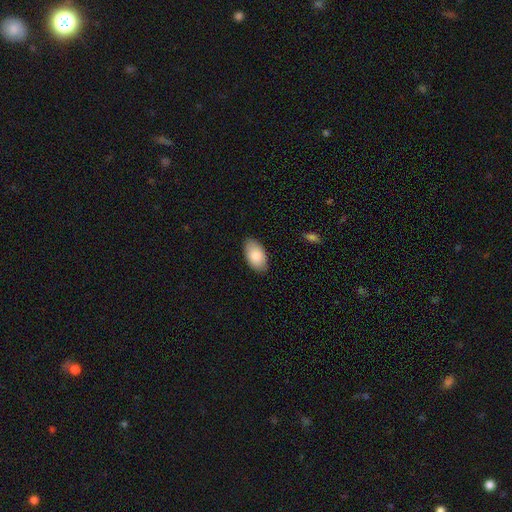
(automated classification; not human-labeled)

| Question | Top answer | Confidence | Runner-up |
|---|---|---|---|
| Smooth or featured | smooth | 85% | featured or disk (9%) |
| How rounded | in between | 95% | round (4%) |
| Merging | none | 84% | minor disturbance (13%) |